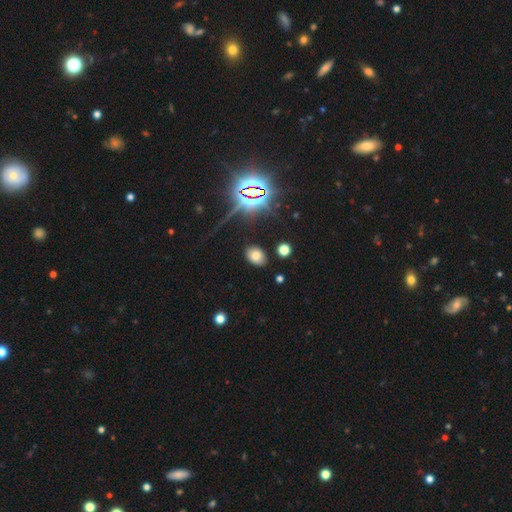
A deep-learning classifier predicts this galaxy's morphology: This appears to be a smooth galaxy with no disk features (70%) that is in between round and cigar-shaped (80%). Merging: none (86%).